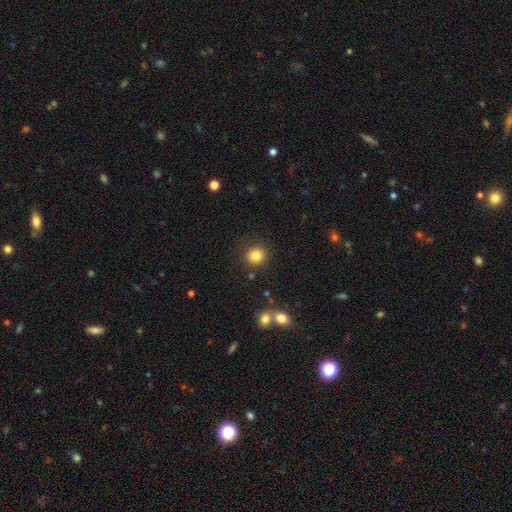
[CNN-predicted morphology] Smooth or featured?
  - smooth: 83% *
  - star or artifact: 11%
  - featured or disk: 6%
How rounded?
  - round: 90% *
  - in between: 9%
  - cigar-shaped: 1%
Merging?
  - none: 86% *
  - minor disturbance: 7%
  - merger: 3%
  - major disturbance: 3%